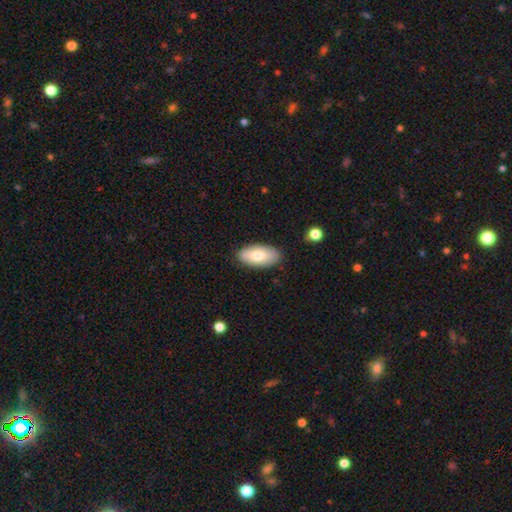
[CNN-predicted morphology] smooth-or-featured: smooth: 70% | featured or disk: 23% | star or artifact: 7%
  how-rounded: in between: 89% | cigar-shaped: 9% | round: 3%
  merging: none: 88% | minor disturbance: 9% | major disturbance: 2% | merger: 1%